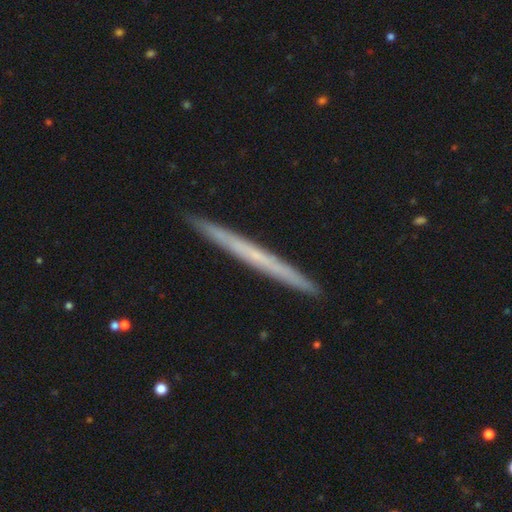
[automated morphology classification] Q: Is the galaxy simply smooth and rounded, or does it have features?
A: featured or disk — 57%.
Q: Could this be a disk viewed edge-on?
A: yes — 97%.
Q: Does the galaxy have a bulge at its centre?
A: none — 88%.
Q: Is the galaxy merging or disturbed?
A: none — 92%.